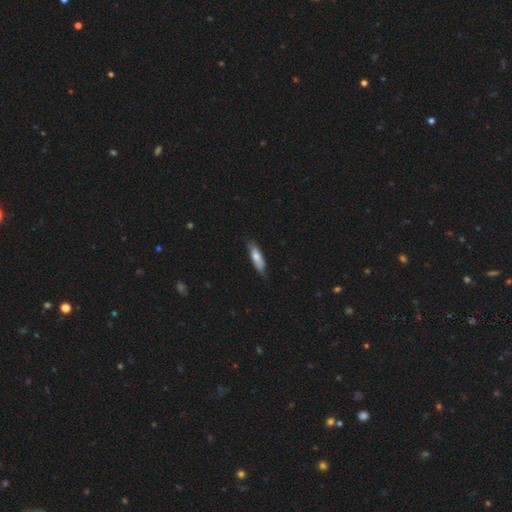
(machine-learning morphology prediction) Smooth or featured? Predicted: smooth (p=0.69). How rounded? Predicted: cigar-shaped (p=0.57). Merging? Predicted: none (p=0.78).